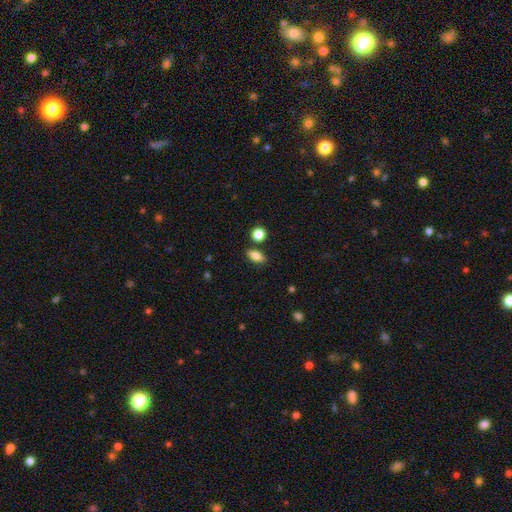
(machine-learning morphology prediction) This appears to be a smooth galaxy with no disk features (81%) that is in between round and cigar-shaped (82%). Merging: none (81%).